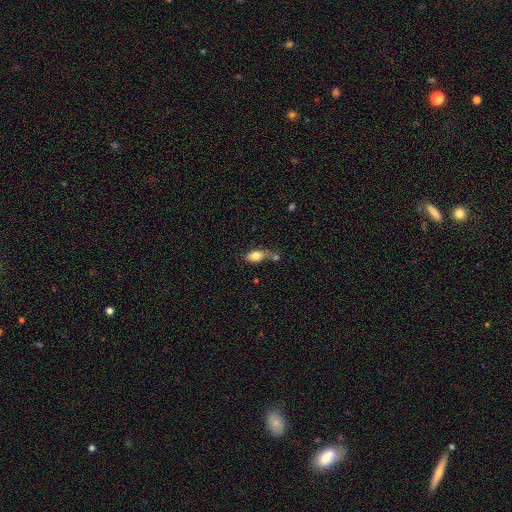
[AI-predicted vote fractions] Q: Smooth or featured?
A: smooth (80%); runner-up: featured or disk (12%)
Q: How rounded?
A: in between (85%); runner-up: cigar-shaped (8%)
Q: Merging?
A: none (39%); runner-up: merger (32%)